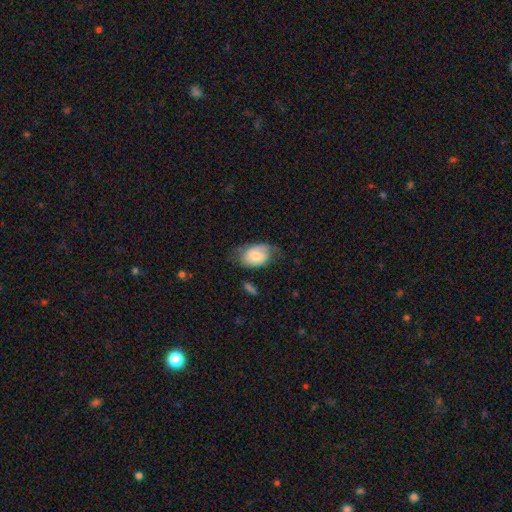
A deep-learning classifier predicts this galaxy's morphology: smooth 67%, featured or disk 26%, star or artifact 7%. Down the decision tree: how rounded — in between (86%); merging — none (46%).